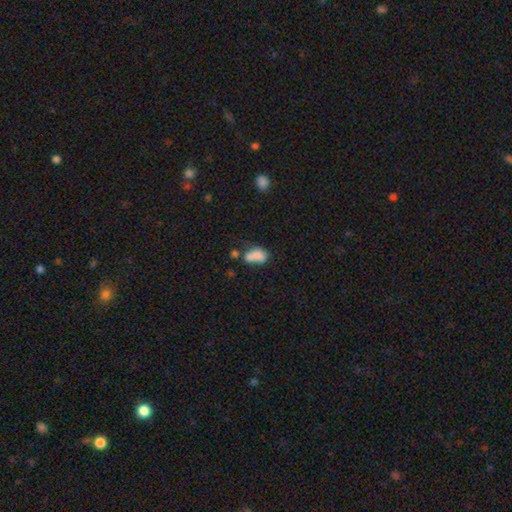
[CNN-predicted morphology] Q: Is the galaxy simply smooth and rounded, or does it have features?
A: smooth — 74%.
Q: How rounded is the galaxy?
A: in between — 84%.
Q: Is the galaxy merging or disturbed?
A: merger — 38%.